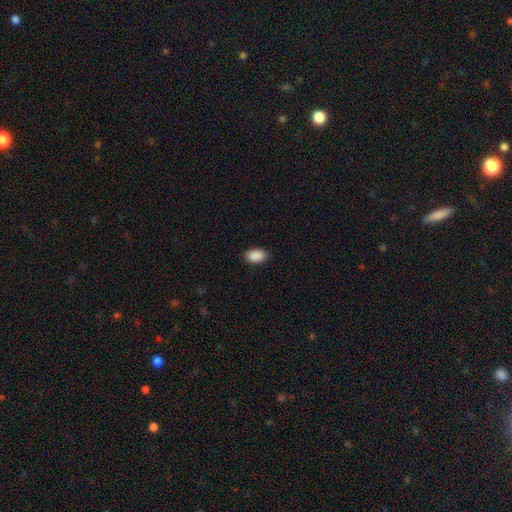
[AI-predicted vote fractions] Overall: smooth (91%). How rounded: in between (91%). Merging: none (89%).